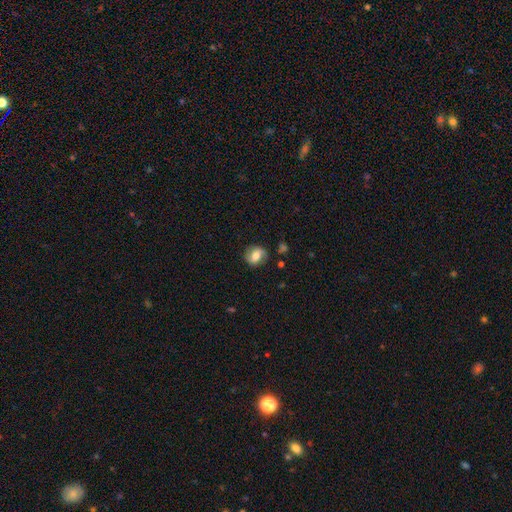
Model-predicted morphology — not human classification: Smooth or featured? smooth (53%)
How rounded? round (56%)
Merging? none (76%)